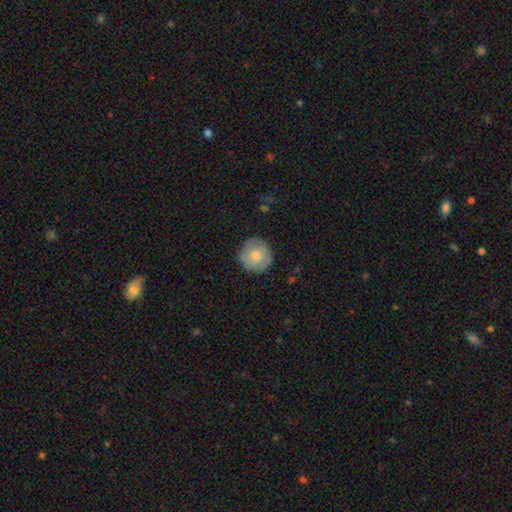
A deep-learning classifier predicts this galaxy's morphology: Smooth or featured: smooth — 64% (featured or disk — 29%)
How rounded: round — 94% (in between — 5%)
Merging: none — 84% (minor disturbance — 12%)